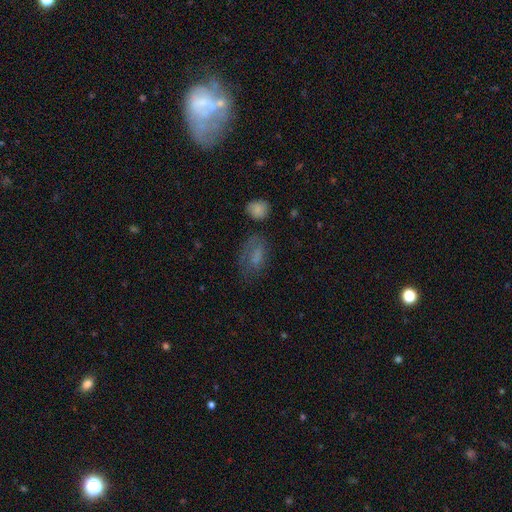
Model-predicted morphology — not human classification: Overall: smooth (60%; featured or disk 24%). How rounded: in between (83%). Merging: none (47%; minor disturbance 26%).